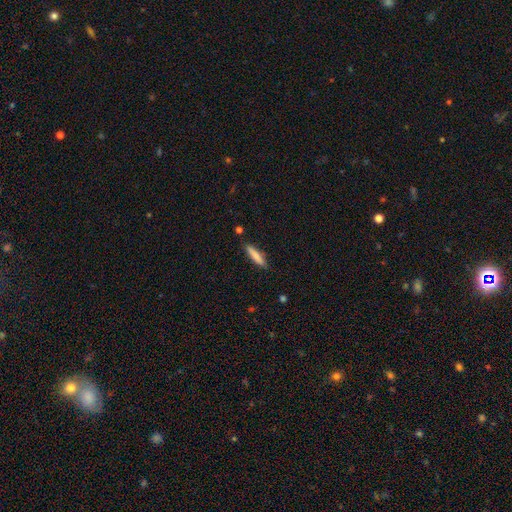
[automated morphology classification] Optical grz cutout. It shows a smooth galaxy with no disk features (79%) that is cigar-shaped (85%). Merging: none (86%).